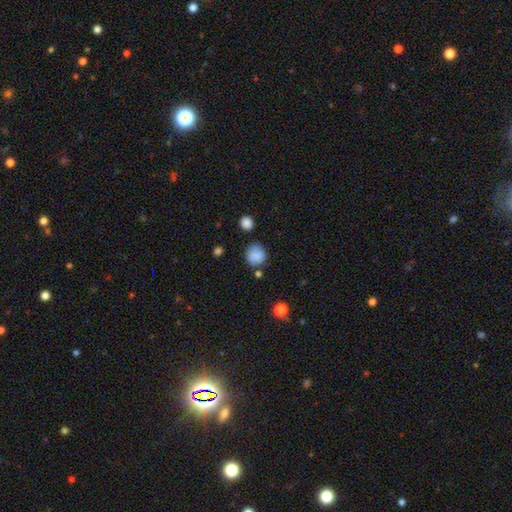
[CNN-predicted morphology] Overall: smooth (85%). How rounded: round (84%). Merging: none (70%).